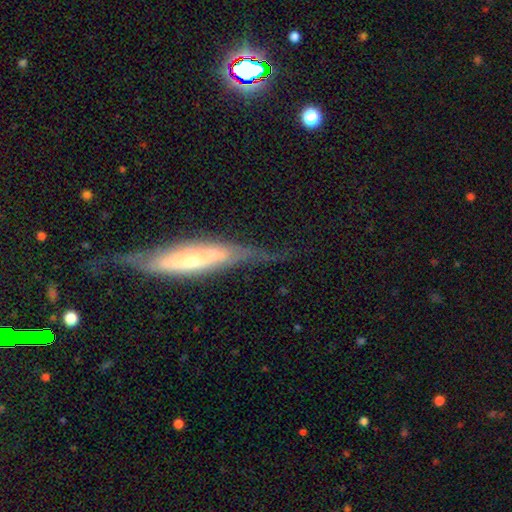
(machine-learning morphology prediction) This appears to be a featured or disk galaxy (70%) viewed edge-on (73%) with a rounded central bulge (44%). Merging: none (65%).